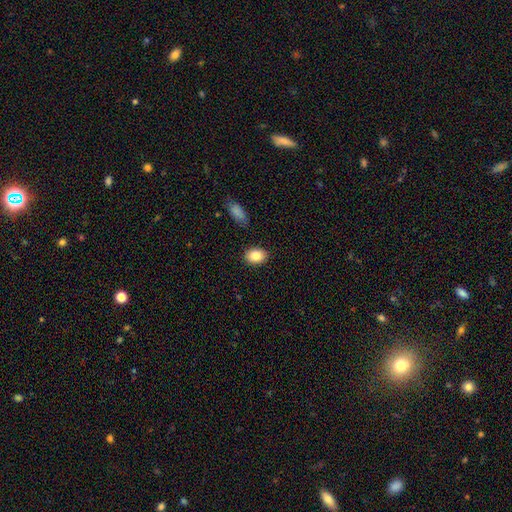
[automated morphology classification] Smooth or featured? smooth (84%)
How rounded? in between (69%)
Merging? none (87%)